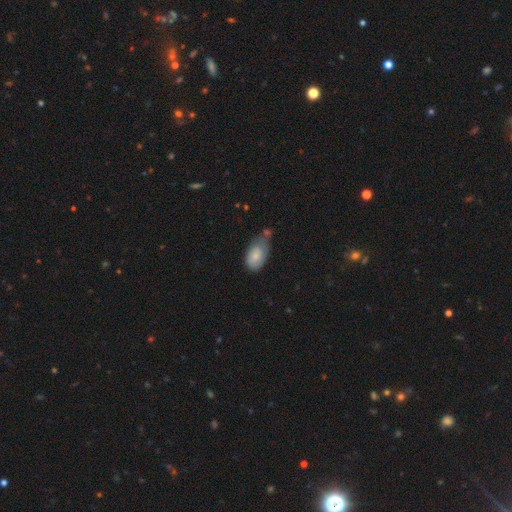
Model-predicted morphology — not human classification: Overall: smooth (75%). How rounded: in between (91%). Merging: minor disturbance (36%; none 32%).